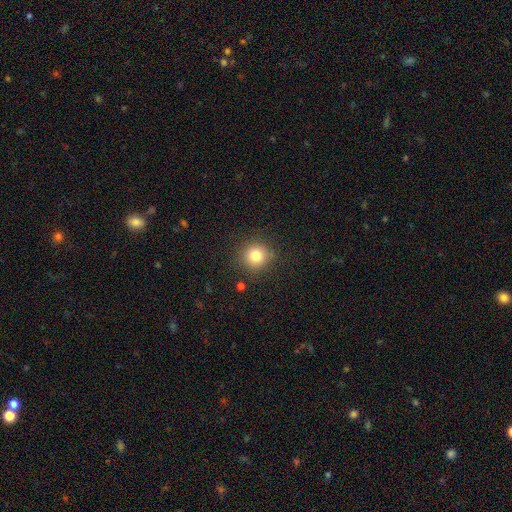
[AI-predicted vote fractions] Smooth or featured? Predicted: smooth (p=0.81). How rounded? Predicted: round (p=0.92). Merging? Predicted: none (p=0.87).